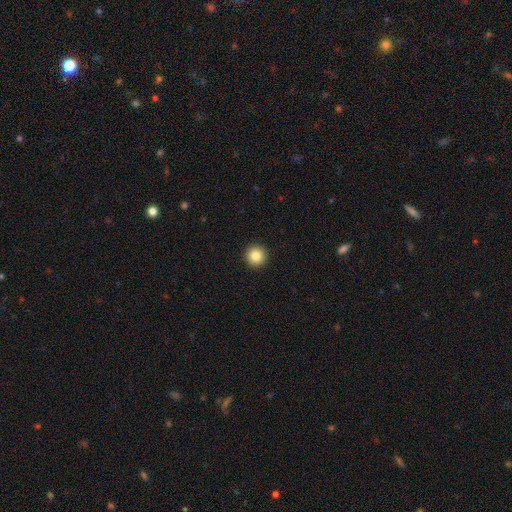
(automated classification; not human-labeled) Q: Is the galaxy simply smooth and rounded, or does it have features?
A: smooth — 85%.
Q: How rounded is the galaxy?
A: round — 96%.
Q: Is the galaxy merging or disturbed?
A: none — 94%.